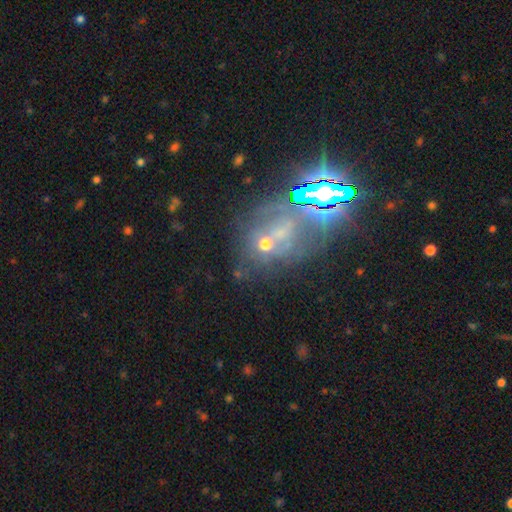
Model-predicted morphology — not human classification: A star or artifact, not a galaxy (55%).